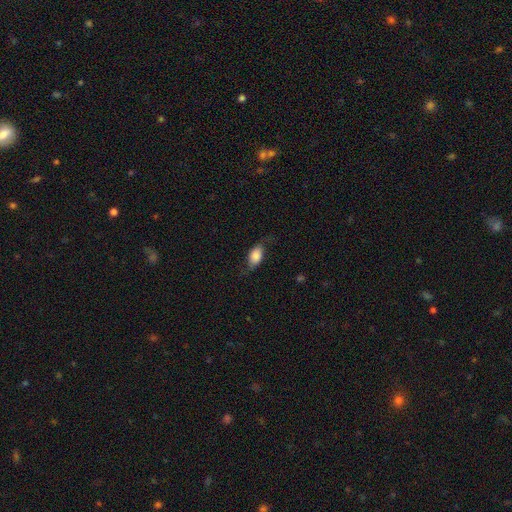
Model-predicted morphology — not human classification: A smooth galaxy with no disk features (71%) that is in between round and cigar-shaped (88%).

Vote fractions:
- Smooth or featured? smooth: 71% / featured or disk: 21% / star or artifact: 8%
- How rounded? in between: 88% / round: 8% / cigar-shaped: 4%
- Merging? none: 61% / minor disturbance: 25% / major disturbance: 13% / merger: 1%